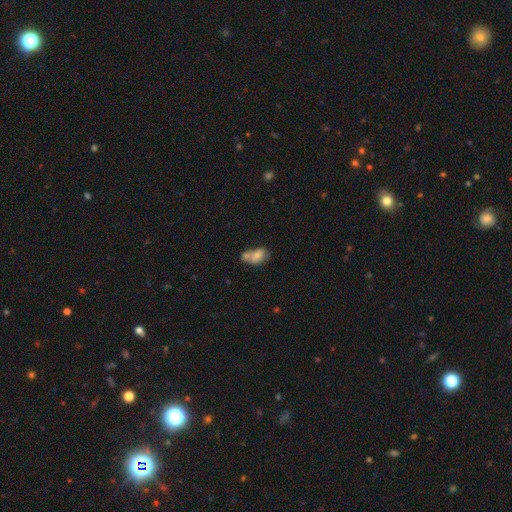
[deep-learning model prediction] Smooth or featured?
  - smooth: 66% *
  - featured or disk: 24%
  - star or artifact: 10%
How rounded?
  - in between: 80% *
  - round: 17%
  - cigar-shaped: 3%
Merging?
  - merger: 60% *
  - none: 21%
  - minor disturbance: 13%
  - major disturbance: 7%